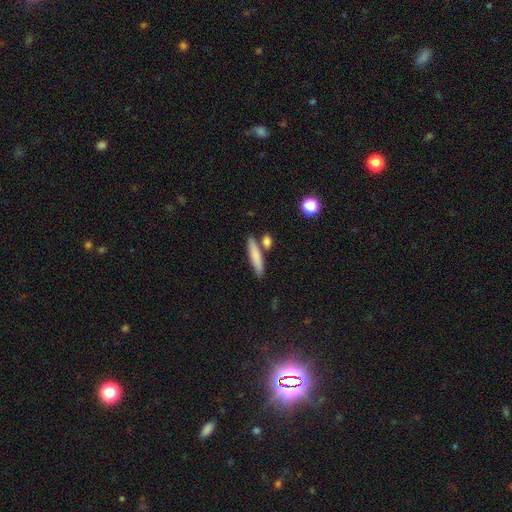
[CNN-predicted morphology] smooth 79%, featured or disk 15%, star or artifact 6%. Down the decision tree: how rounded — cigar-shaped (82%); merging — none (74%).